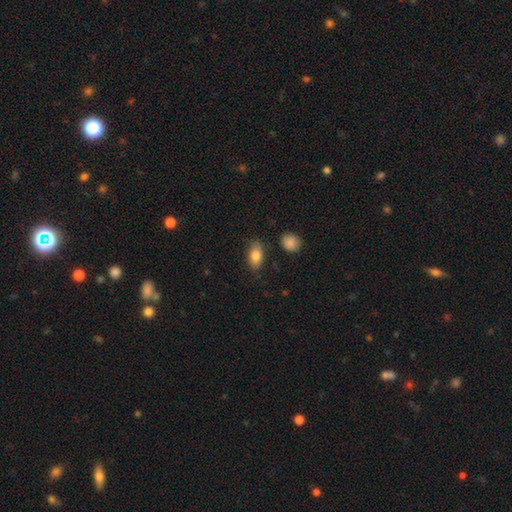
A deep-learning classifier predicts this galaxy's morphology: This is clearly a smooth galaxy (83%). How rounded: clearly in between (88%). Merging: likely none (80%).